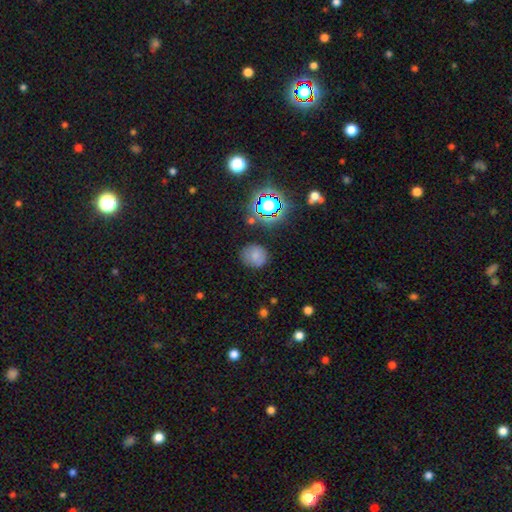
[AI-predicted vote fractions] Overall: smooth (71%). How rounded: round (80%). Merging: none (78%).